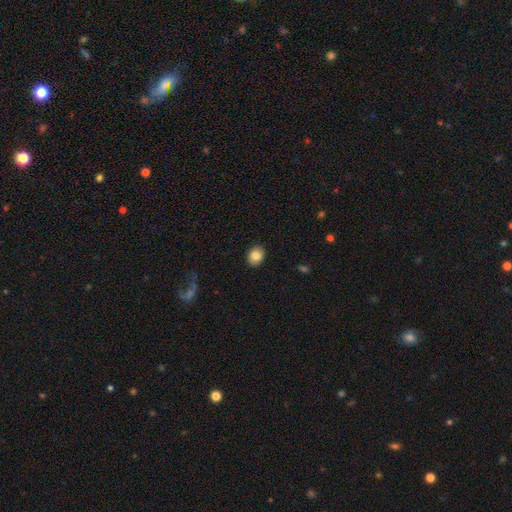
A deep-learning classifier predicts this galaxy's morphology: This appears to be a smooth galaxy with no disk features (83%) that is in between round and cigar-shaped (51%). Merging: none (89%).